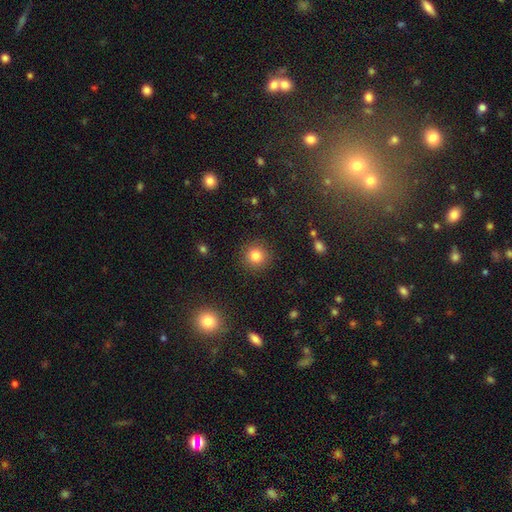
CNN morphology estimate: Q: Smooth or featured?
A: smooth (82%); runner-up: star or artifact (12%)
Q: How rounded?
A: round (93%); runner-up: in between (6%)
Q: Merging?
A: none (90%); runner-up: minor disturbance (6%)